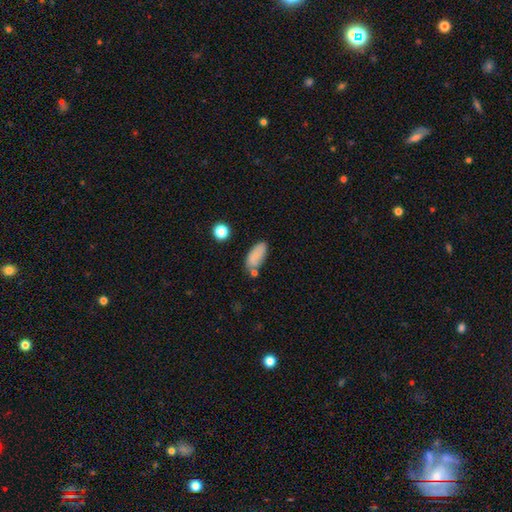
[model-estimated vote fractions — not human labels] This is likely a smooth galaxy (75%). How rounded: clearly in between (90%). Merging: likely none (62%).